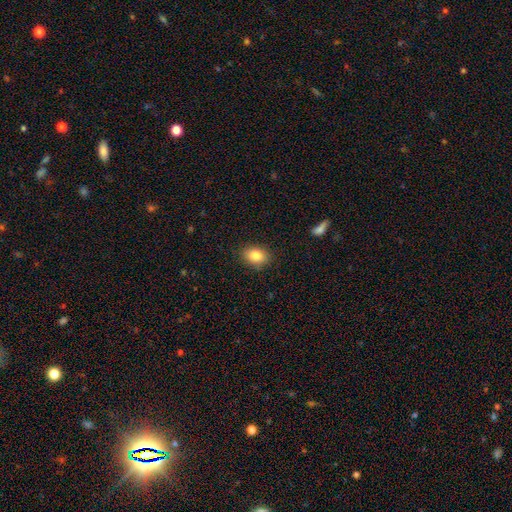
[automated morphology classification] smooth_or_featured: smooth (p=0.84) [alt: star or artifact p=0.09]
how_rounded: in between (p=0.70) [alt: round p=0.29]
merging: none (p=0.87) [alt: minor disturbance p=0.09]